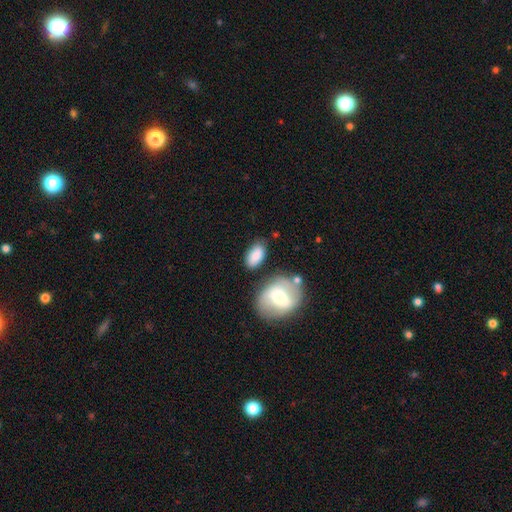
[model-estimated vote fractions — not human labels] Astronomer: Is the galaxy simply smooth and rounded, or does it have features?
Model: smooth — 83%.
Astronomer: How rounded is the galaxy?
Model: in between — 91%.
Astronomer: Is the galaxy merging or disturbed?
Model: none — 69%.